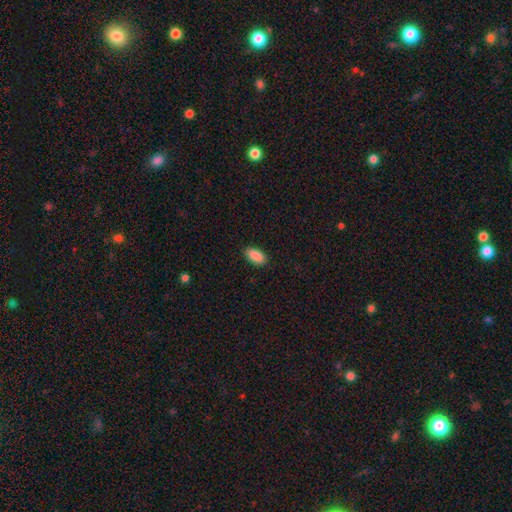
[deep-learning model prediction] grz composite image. It shows a smooth galaxy with no disk features (90%) that is in between round and cigar-shaped (94%). Merging: none (88%).